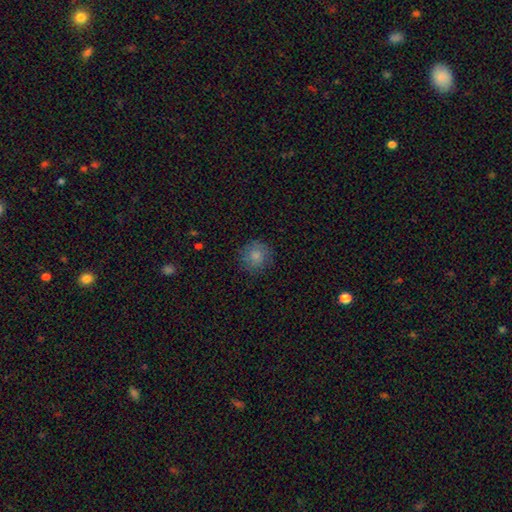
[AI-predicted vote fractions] The model was most divided on "merging": none: 83%, minor disturbance: 12%, major disturbance: 4%, merger: 1%. More confident: how rounded — round (92%); smooth or featured — smooth (82%).